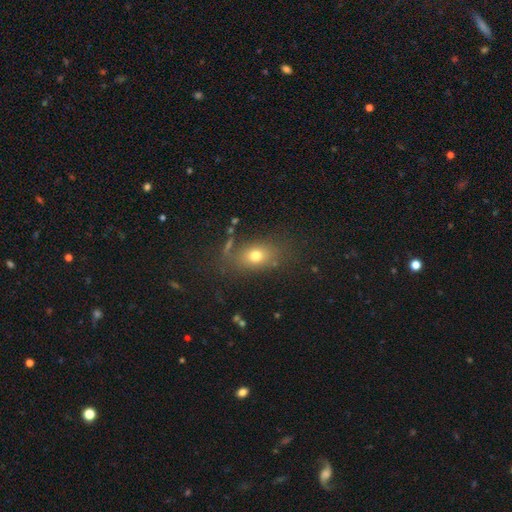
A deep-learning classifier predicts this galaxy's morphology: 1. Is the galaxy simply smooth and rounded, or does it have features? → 72% smooth, 14% star or artifact, 13% featured or disk.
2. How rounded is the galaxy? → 73% in between, 24% round, 3% cigar-shaped.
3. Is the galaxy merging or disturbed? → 74% none, 15% minor disturbance, 7% major disturbance, 4% merger.